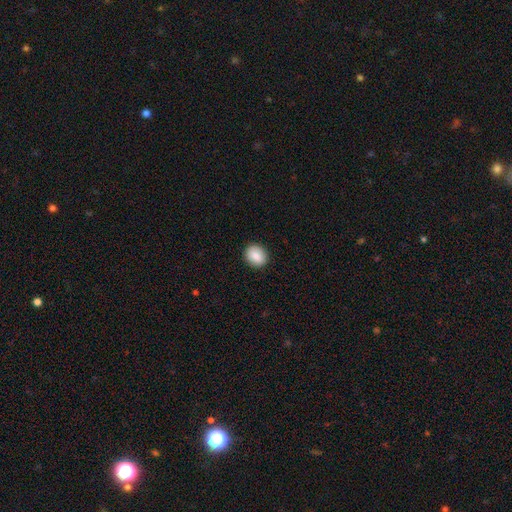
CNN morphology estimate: smooth_or_featured: smooth (p=0.87) [alt: star or artifact p=0.07]
how_rounded: round (p=0.64) [alt: in between p=0.35]
merging: none (p=0.91) [alt: minor disturbance p=0.07]